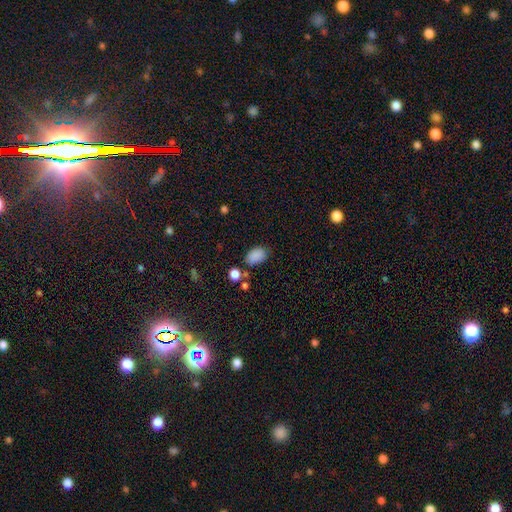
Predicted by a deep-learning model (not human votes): A smooth galaxy with no disk features (86%) that is in between round and cigar-shaped (88%).

Vote fractions:
- Smooth or featured? smooth: 86% / star or artifact: 10% / featured or disk: 4%
- How rounded? in between: 88% / round: 11% / cigar-shaped: 1%
- Merging? none: 72% / minor disturbance: 16% / merger: 7% / major disturbance: 5%